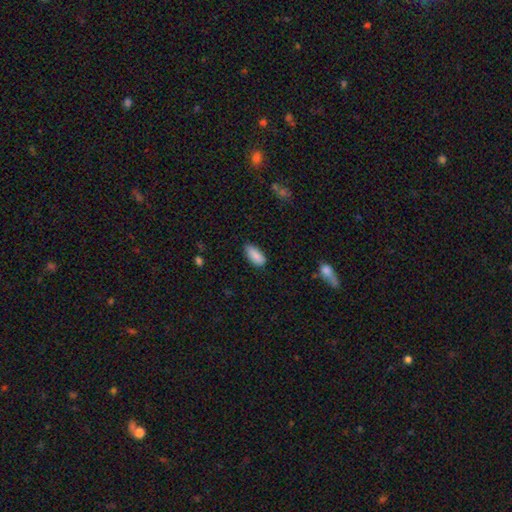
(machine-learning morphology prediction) Smooth or featured? smooth (88%)
How rounded? in between (89%)
Merging? none (81%)